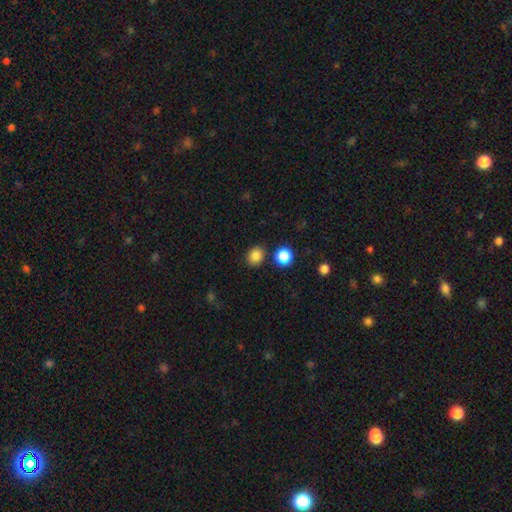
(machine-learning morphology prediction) A smooth galaxy with no disk features (84%) that is round (71%).

Vote fractions:
- Smooth or featured? smooth: 84% / star or artifact: 12% / featured or disk: 4%
- How rounded? round: 71% / in between: 28% / cigar-shaped: 1%
- Merging? none: 84% / minor disturbance: 8% / merger: 5% / major disturbance: 3%